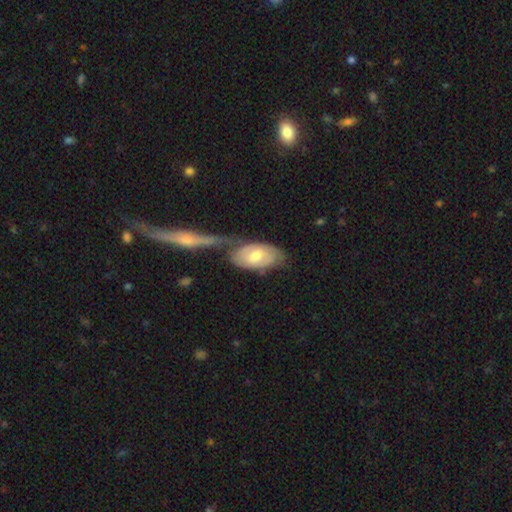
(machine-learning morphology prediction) Overall: smooth (50%; featured or disk 45%). Merging: none (38%; merger 36%).